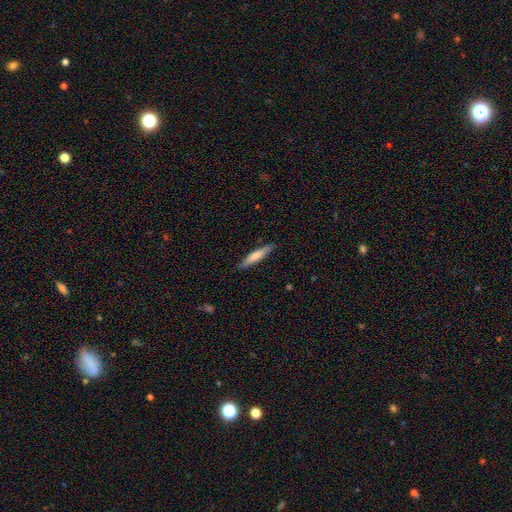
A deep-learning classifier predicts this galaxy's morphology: Q: Smooth or featured?
A: smooth (63%); runner-up: featured or disk (32%)
Q: How rounded?
A: cigar-shaped (90%); runner-up: in between (8%)
Q: Merging?
A: none (89%); runner-up: minor disturbance (9%)